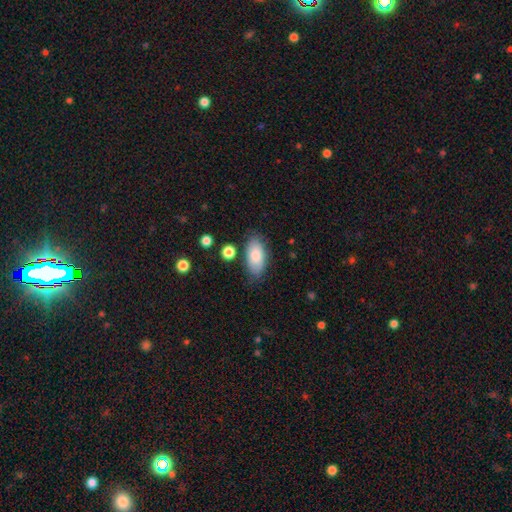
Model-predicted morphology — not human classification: A smooth galaxy with no disk features (82%) that is in between round and cigar-shaped (93%). Merging: none (77%).